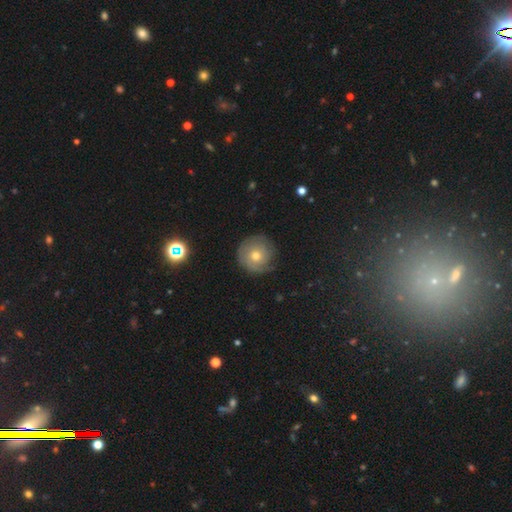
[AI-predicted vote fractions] smooth_or_featured: smooth (p=0.53) [alt: featured or disk p=0.39]
how_rounded: round (p=0.94) [alt: in between p=0.05]
merging: none (p=0.75) [alt: minor disturbance p=0.18]